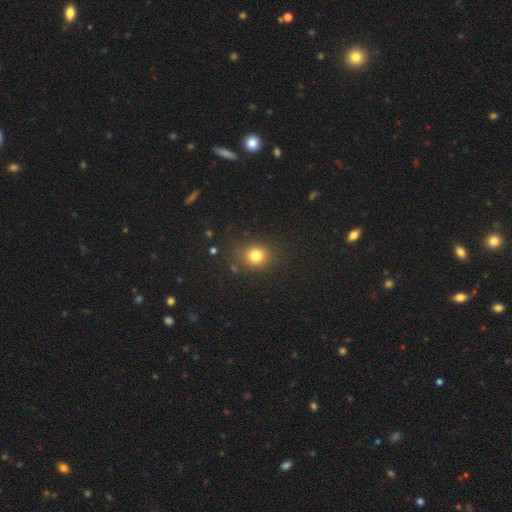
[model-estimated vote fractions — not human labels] Q: Smooth or featured?
A: smooth (80%); runner-up: star or artifact (14%)
Q: How rounded?
A: round (81%); runner-up: in between (18%)
Q: Merging?
A: none (83%); runner-up: minor disturbance (10%)